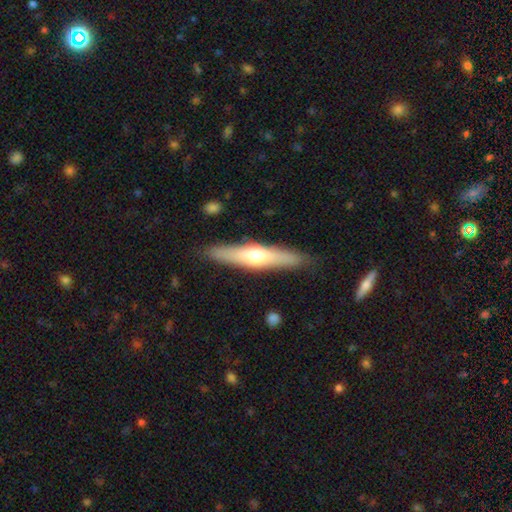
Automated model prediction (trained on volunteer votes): Overall: featured or disk (50%; smooth 44%). Edge-on disk: yes (89%). Merging: none (88%).